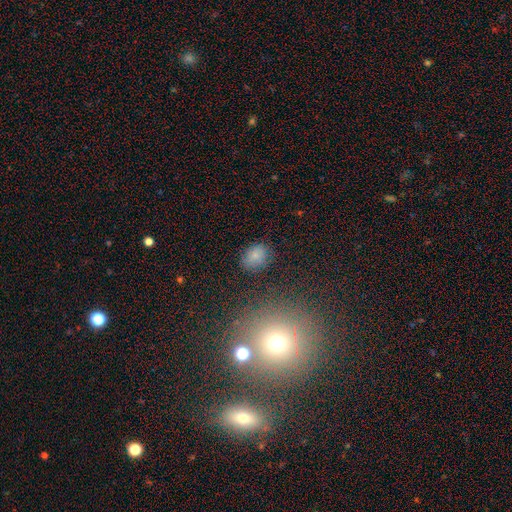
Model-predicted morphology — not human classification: A smooth galaxy with no disk features (77%) that is in between round and cigar-shaped (65%).

Vote fractions:
- Smooth or featured? smooth: 77% / star or artifact: 13% / featured or disk: 9%
- How rounded? in between: 65% / round: 34% / cigar-shaped: 1%
- Merging? none: 80% / minor disturbance: 14% / major disturbance: 4% / merger: 2%